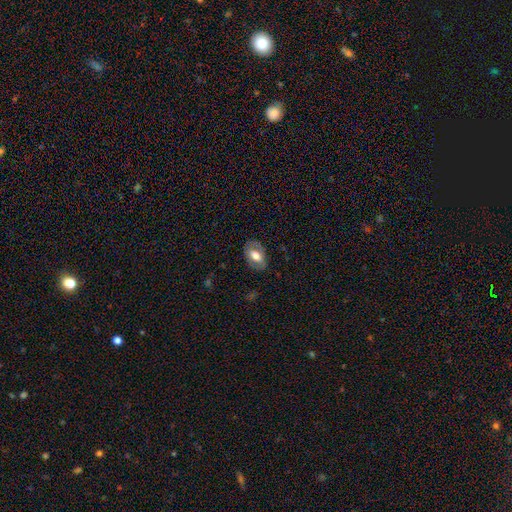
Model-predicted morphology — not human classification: This appears to be a smooth galaxy with no disk features (57%) that is in between round and cigar-shaped (88%). Merging: none (81%).